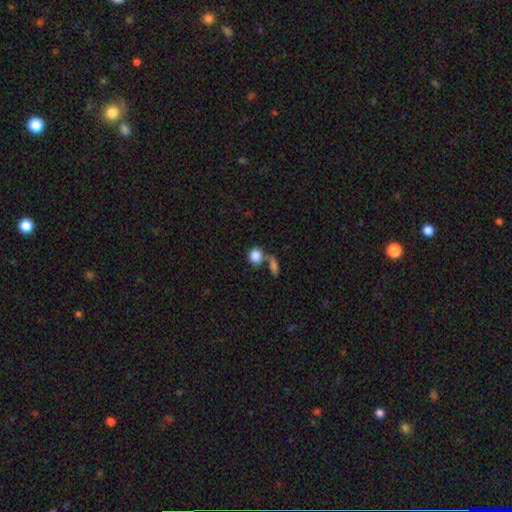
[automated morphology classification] Smooth or featured: smooth — 85% (star or artifact — 8%)
How rounded: round — 77% (in between — 21%)
Merging: none — 48% (merger — 36%)